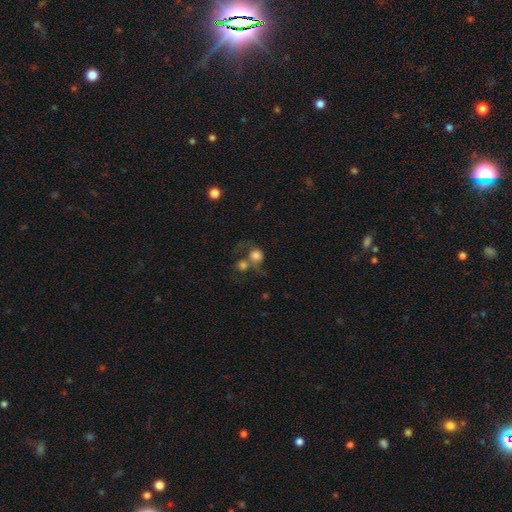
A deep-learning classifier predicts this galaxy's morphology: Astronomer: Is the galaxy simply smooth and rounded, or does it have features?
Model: smooth — 66%.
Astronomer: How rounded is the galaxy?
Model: round — 77%.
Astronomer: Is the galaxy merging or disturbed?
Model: merger — 55%.